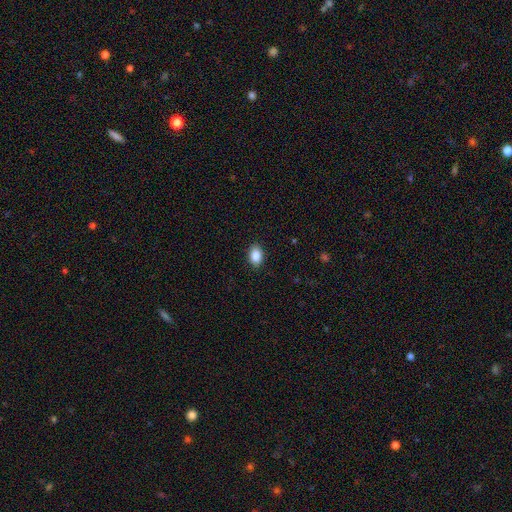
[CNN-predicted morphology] The model was most divided on "how rounded": in between: 84%, round: 14%, cigar-shaped: 1%. More confident: merging — none (89%); smooth or featured — smooth (88%).